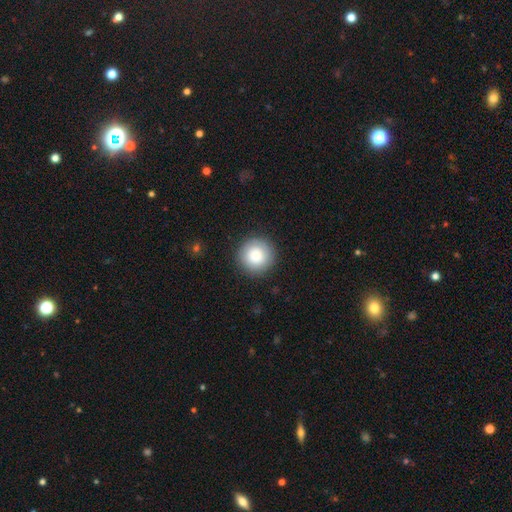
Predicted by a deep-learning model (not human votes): The model was most divided on "smooth or featured": smooth: 82%, featured or disk: 10%, star or artifact: 8%. More confident: how rounded — round (96%); merging — none (90%).